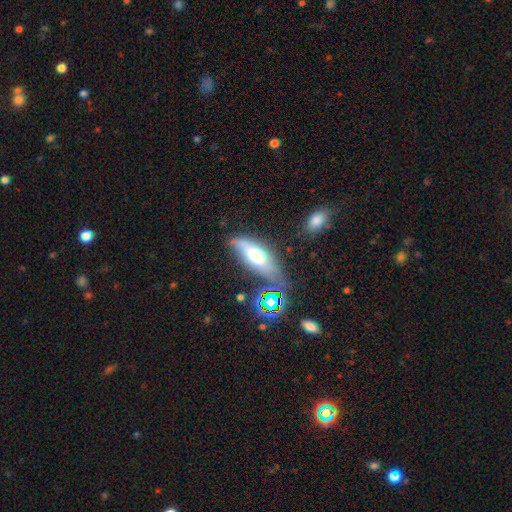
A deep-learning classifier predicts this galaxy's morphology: smooth_or_featured: smooth (p=0.50) [alt: featured or disk p=0.38]
merging: none (p=0.52) [alt: minor disturbance p=0.29]